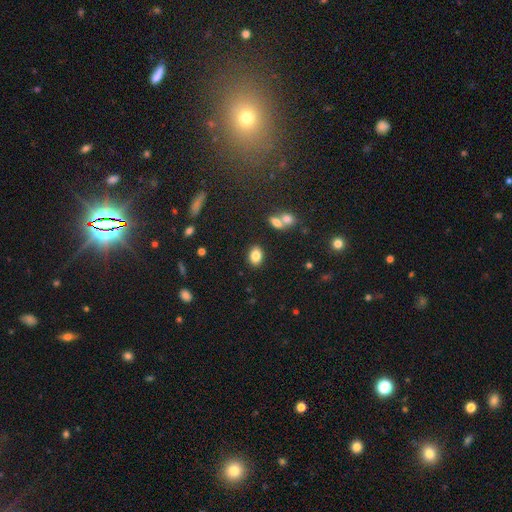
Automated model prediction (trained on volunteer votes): smooth-or-featured: smooth: 84% | star or artifact: 9% | featured or disk: 7%
  how-rounded: in between: 76% | round: 22% | cigar-shaped: 1%
  merging: none: 85% | minor disturbance: 8% | merger: 4% | major disturbance: 2%